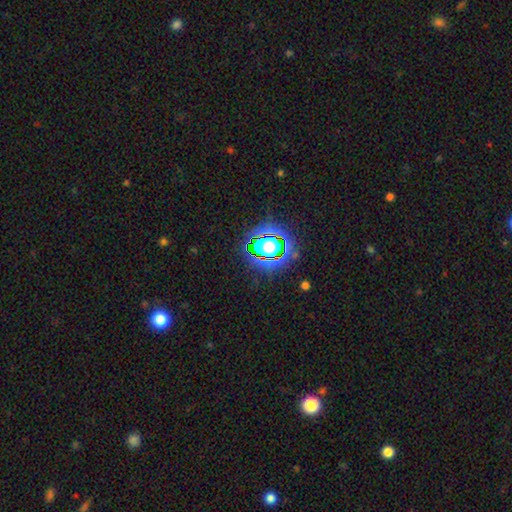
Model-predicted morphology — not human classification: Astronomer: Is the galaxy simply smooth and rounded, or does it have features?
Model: star or artifact — 80%.